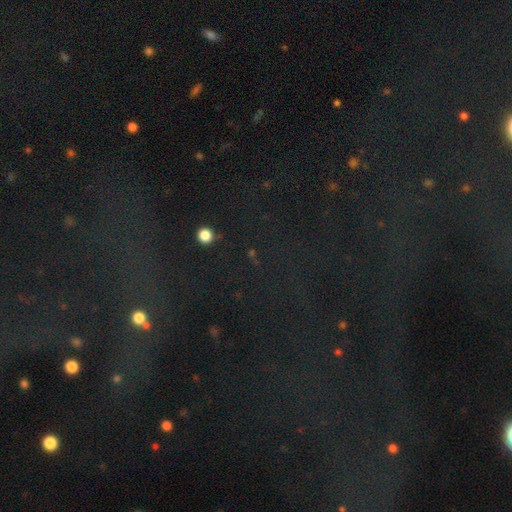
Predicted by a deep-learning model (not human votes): Morphology: type=star or artifact (75%).